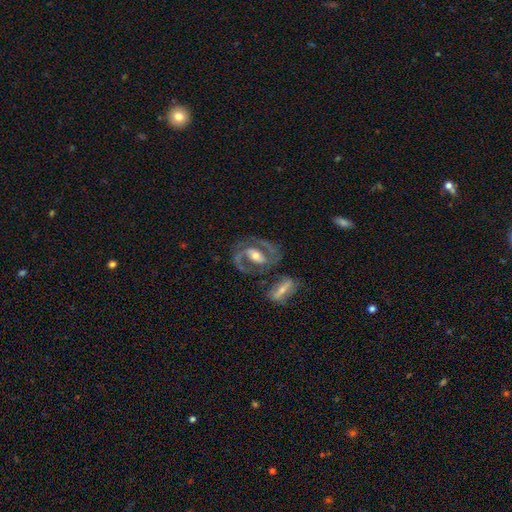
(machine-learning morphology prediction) Overall: featured or disk (88%). Edge-on disk: no (96%). Bar: strong (48%; weak 33%). Spiral arms: yes (94%). Spiral arm count: 2 (89%). Spiral winding: medium (59%; tight 25%). Bulge size: moderate (63%; small 26%). Merging: none (64%).